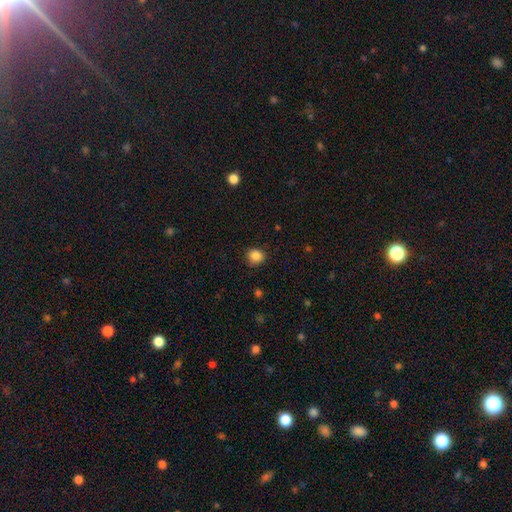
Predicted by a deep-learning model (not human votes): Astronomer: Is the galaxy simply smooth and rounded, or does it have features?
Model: smooth — 86%.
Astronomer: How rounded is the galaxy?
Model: round — 87%.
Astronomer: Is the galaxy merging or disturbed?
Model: none — 85%.